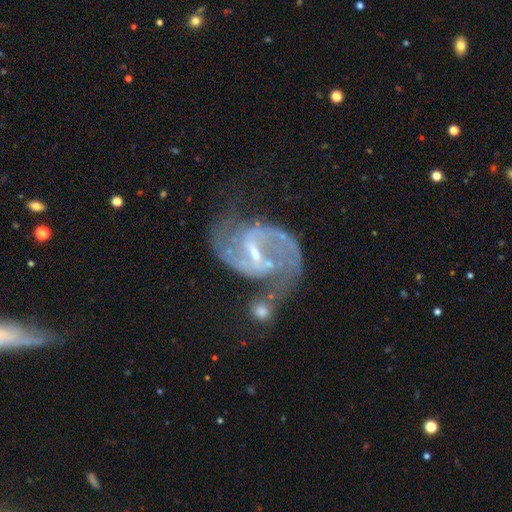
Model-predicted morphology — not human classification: smooth-or-featured: featured or disk: 90% | star or artifact: 5% | smooth: 4%
  disk-edge-on: no: 98% | yes: 2%
    bar: weak: 54% | strong: 28% | no: 18%
    has-spiral-arms: yes: 96% | no: 4%
      spiral-winding: medium: 46% | loose: 41% | tight: 13%
      spiral-arm-count: 2: 88% | can't tell: 3% | 1: 3% | 3: 2% | 4: 2% | more than 4: 2%
    bulge-size: small: 52% | moderate: 39% | none: 5% | large: 2% | dominant: 1%
  merging: none: 39% | merger: 21% | major disturbance: 21% | minor disturbance: 19%